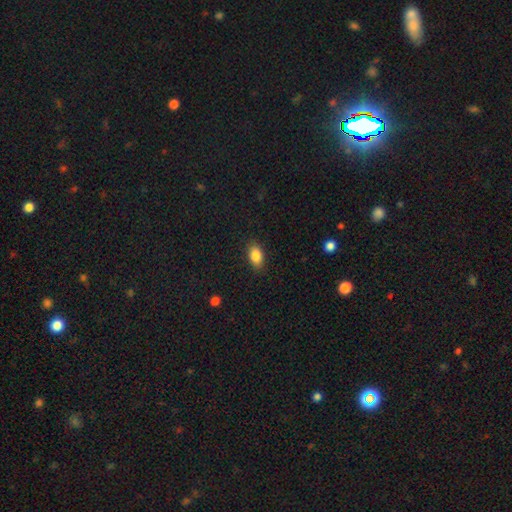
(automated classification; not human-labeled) This appears to be a smooth galaxy with no disk features (86%) that is in between round and cigar-shaped (87%). Merging: none (87%).